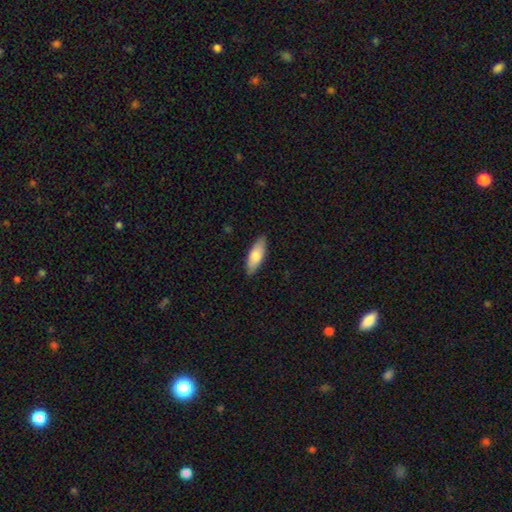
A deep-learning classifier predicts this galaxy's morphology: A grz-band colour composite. It shows a smooth galaxy with no disk features (80%) that is in between round and cigar-shaped (67%). Merging: none (86%).